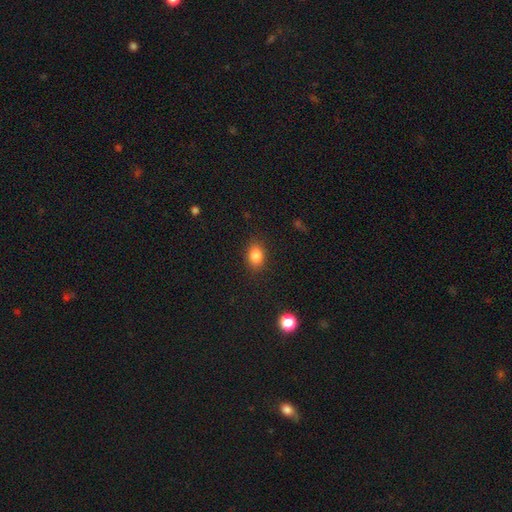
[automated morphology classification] The model was most divided on "how rounded": in between: 76%, round: 23%, cigar-shaped: 1%. More confident: merging — none (86%); smooth or featured — smooth (85%).